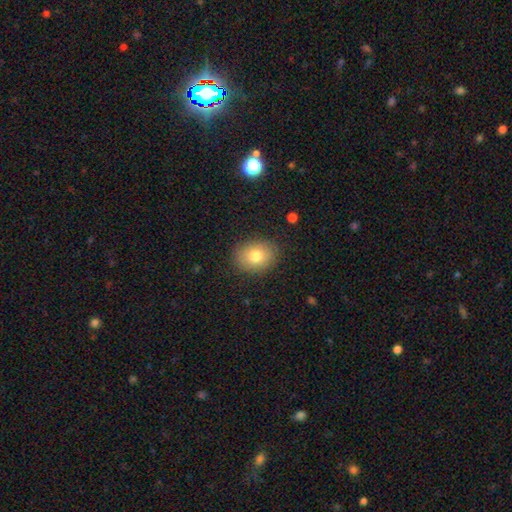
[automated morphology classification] Smooth or featured? smooth (78%)
How rounded? in between (55%)
Merging? none (86%)